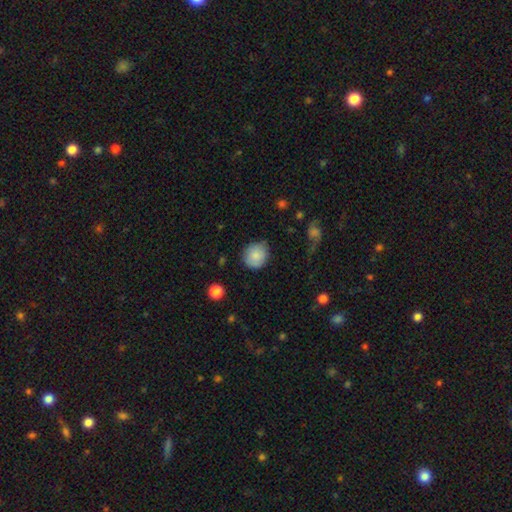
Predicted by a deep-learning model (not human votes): A smooth galaxy with no disk features (83%) that is round (85%). Merging: none (76%).